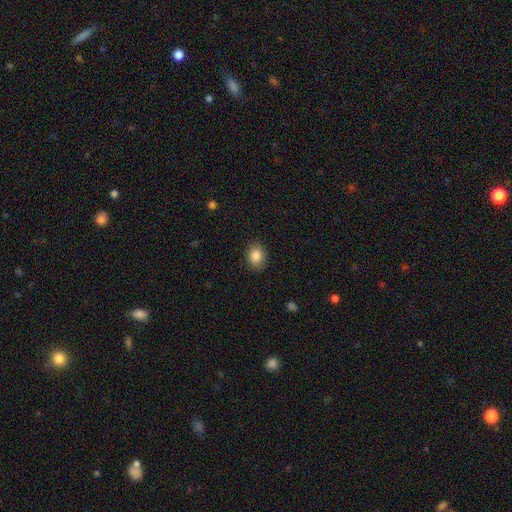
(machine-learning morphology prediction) smooth-or-featured: smooth: 85% | star or artifact: 9% | featured or disk: 6%
  how-rounded: in between: 61% | round: 38% | cigar-shaped: 1%
  merging: none: 87% | minor disturbance: 10% | major disturbance: 2% | merger: 1%